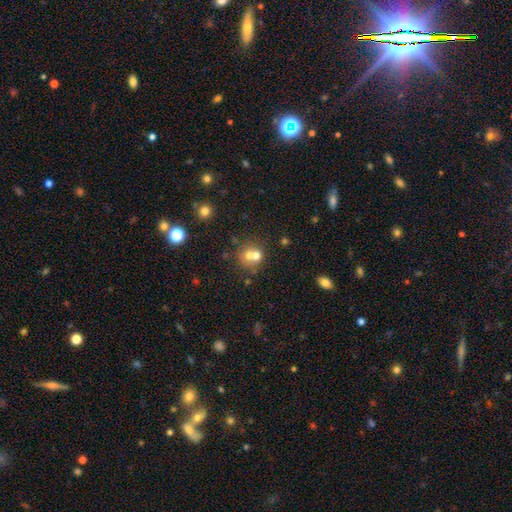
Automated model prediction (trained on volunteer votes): Q: Smooth or featured?
A: smooth (64%); runner-up: featured or disk (22%)
Q: How rounded?
A: round (75%); runner-up: in between (24%)
Q: Merging?
A: merger (55%); runner-up: none (33%)